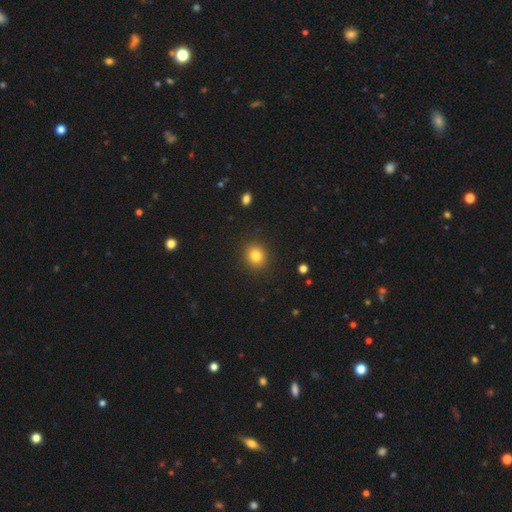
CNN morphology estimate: type=smooth (83%); roundness=round (78%); merging=none (90%).